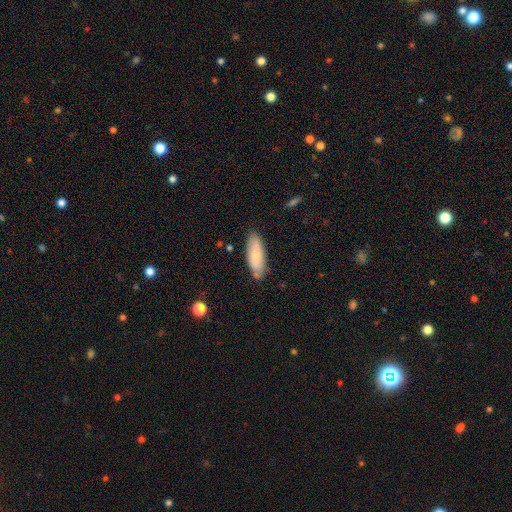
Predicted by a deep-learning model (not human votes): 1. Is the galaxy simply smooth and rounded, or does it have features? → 73% smooth, 21% featured or disk, 6% star or artifact.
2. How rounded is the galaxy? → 71% in between, 28% cigar-shaped, 2% round.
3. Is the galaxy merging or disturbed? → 76% none, 18% minor disturbance, 3% merger, 3% major disturbance.